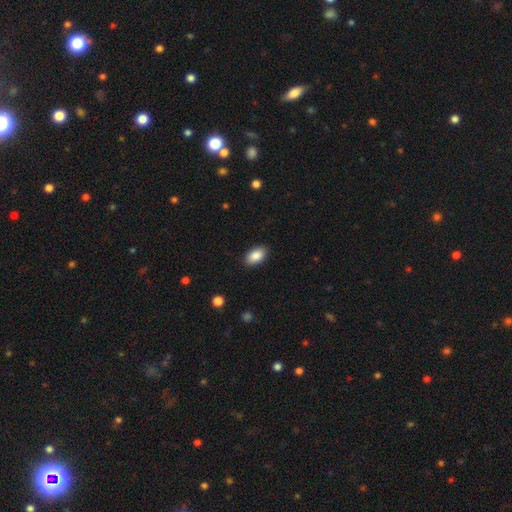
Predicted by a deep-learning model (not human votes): Smooth or featured: smooth — 88% (star or artifact — 7%)
How rounded: in between — 93% (round — 5%)
Merging: none — 89% (minor disturbance — 8%)